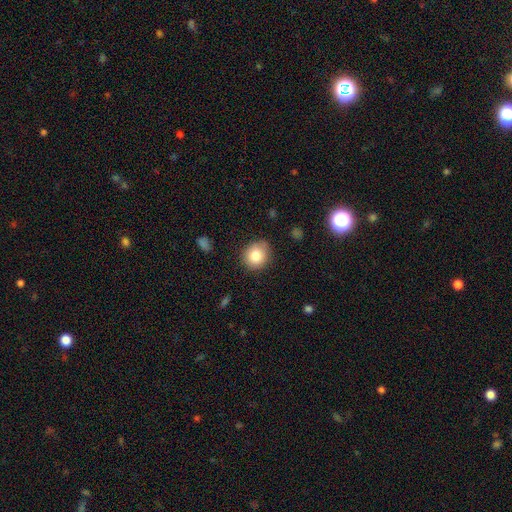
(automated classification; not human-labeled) Smooth or featured: smooth — 81% (star or artifact — 10%)
How rounded: round — 85% (in between — 15%)
Merging: none — 83% (minor disturbance — 13%)